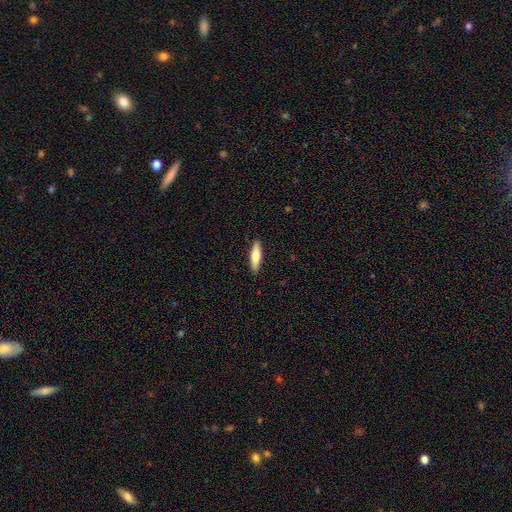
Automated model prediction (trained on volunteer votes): Smooth or featured: smooth — 58% (featured or disk — 36%)
How rounded: cigar-shaped — 67% (in between — 31%)
Merging: none — 90% (minor disturbance — 7%)